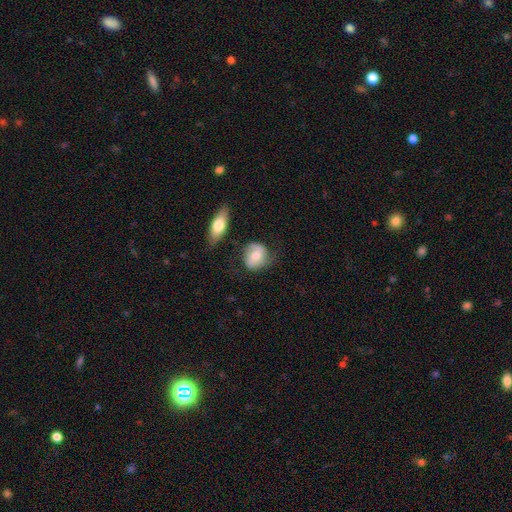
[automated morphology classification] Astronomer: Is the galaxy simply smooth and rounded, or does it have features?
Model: smooth — 57% (runner-up: featured or disk, 36%).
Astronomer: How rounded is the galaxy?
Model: round — 61% (runner-up: in between, 36%).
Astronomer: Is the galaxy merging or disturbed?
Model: none — 59%.